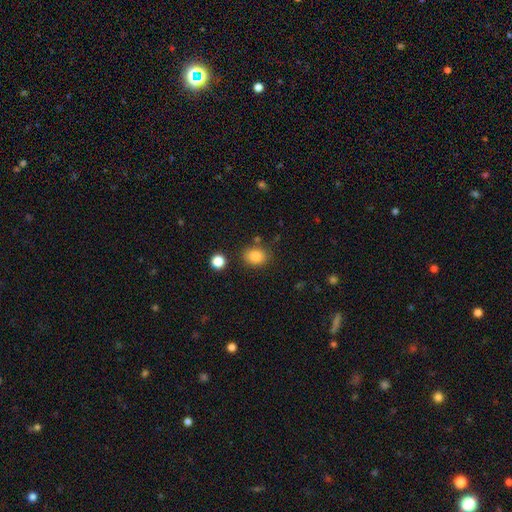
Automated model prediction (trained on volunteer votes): A smooth galaxy with no disk features (84%) that is round (51%).

Vote fractions:
- Smooth or featured? smooth: 84% / star or artifact: 10% / featured or disk: 6%
- How rounded? round: 51% / in between: 48% / cigar-shaped: 1%
- Merging? none: 80% / minor disturbance: 12% / merger: 5% / major disturbance: 3%